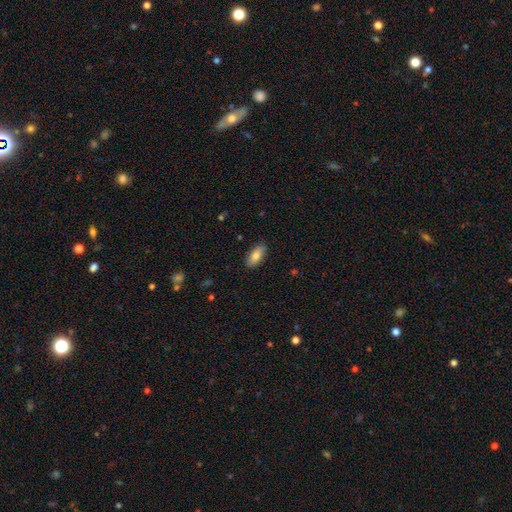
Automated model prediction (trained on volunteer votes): A smooth galaxy with no disk features (82%) that is in between round and cigar-shaped (86%).

Vote fractions:
- Smooth or featured? smooth: 82% / featured or disk: 11% / star or artifact: 7%
- How rounded? in between: 86% / cigar-shaped: 11% / round: 2%
- Merging? none: 86% / minor disturbance: 11% / major disturbance: 2% / merger: 1%